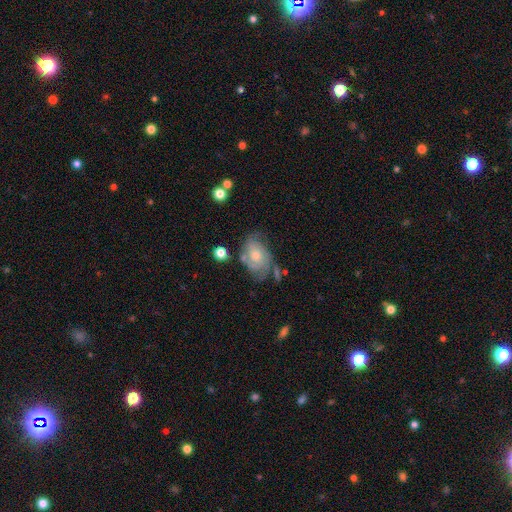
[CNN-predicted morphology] Q: Smooth or featured?
A: featured or disk (59%); runner-up: smooth (34%)
Q: Edge-on disk?
A: no (96%); runner-up: yes (4%)
Q: Bar?
A: no (79%); runner-up: weak (18%)
Q: Spiral arms?
A: yes (78%); runner-up: no (22%)
Q: Bulge size?
A: moderate (49%); runner-up: small (42%)
Q: Merging?
A: none (44%); runner-up: minor disturbance (29%)